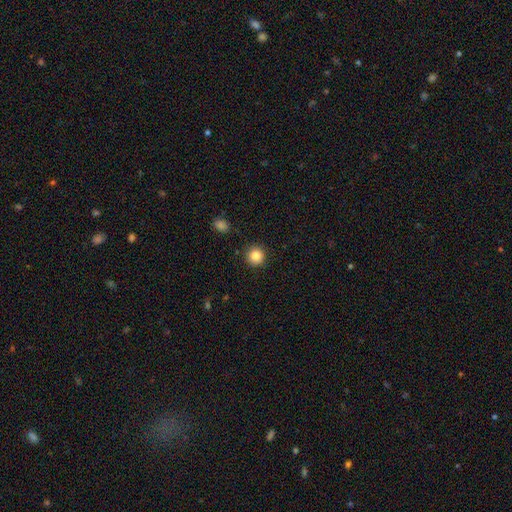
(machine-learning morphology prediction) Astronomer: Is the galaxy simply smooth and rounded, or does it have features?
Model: smooth — 86%.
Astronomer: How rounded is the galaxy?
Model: round — 94%.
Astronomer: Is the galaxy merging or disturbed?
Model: none — 91%.